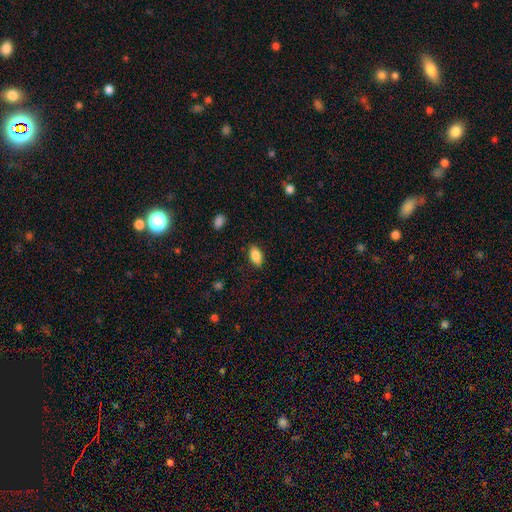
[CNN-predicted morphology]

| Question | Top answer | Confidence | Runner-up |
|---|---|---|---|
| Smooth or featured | smooth | 86% | star or artifact (7%) |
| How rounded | in between | 90% | cigar-shaped (6%) |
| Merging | none | 86% | minor disturbance (10%) |